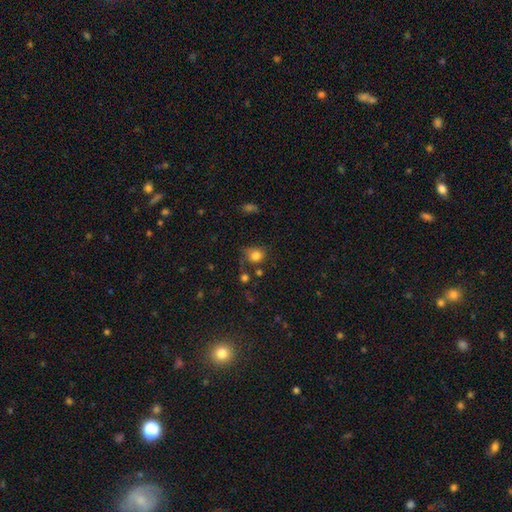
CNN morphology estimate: smooth_or_featured: smooth (p=0.80) [alt: star or artifact p=0.12]
how_rounded: round (p=0.70) [alt: in between p=0.29]
merging: none (p=0.52) [alt: minor disturbance p=0.24]